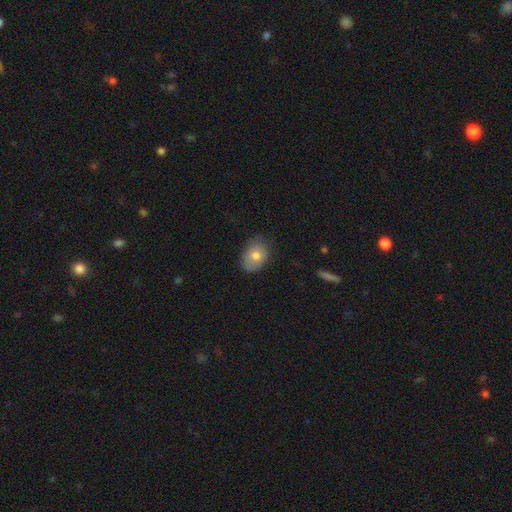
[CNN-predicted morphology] Smooth or featured: smooth — 75% (featured or disk — 17%)
How rounded: in between — 73% (round — 26%)
Merging: none — 71% (minor disturbance — 23%)